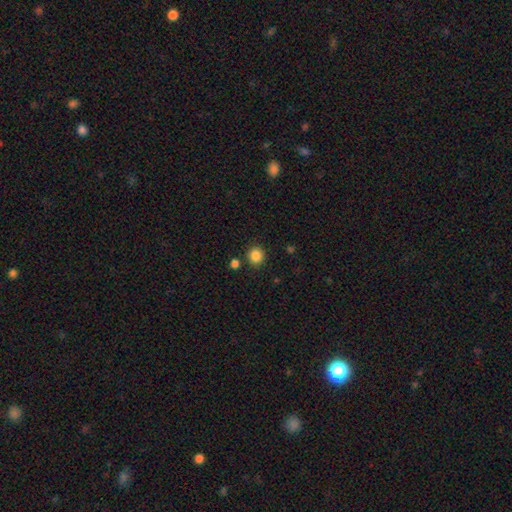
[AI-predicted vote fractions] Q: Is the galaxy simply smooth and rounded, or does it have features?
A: smooth — 86%.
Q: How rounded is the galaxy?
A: round — 88%.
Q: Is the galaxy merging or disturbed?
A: none — 86%.